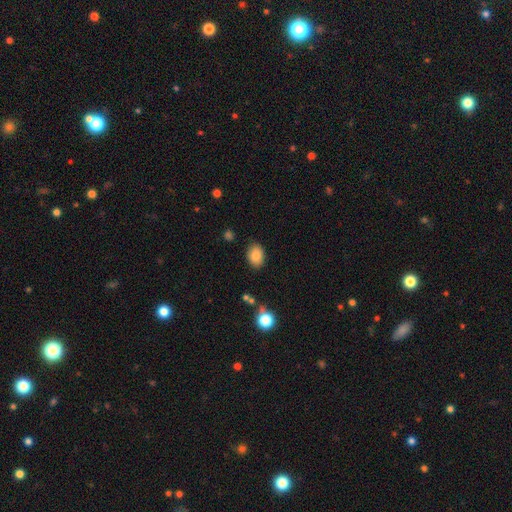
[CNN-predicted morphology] This is clearly a smooth galaxy (86%). How rounded: likely in between (76%). Merging: clearly none (84%).